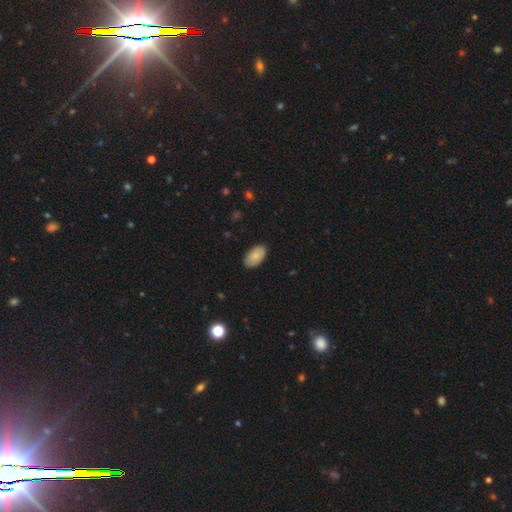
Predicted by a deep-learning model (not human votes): Smooth or featured? Predicted: smooth (p=0.84). How rounded? Predicted: in between (p=0.95). Merging? Predicted: none (p=0.87).